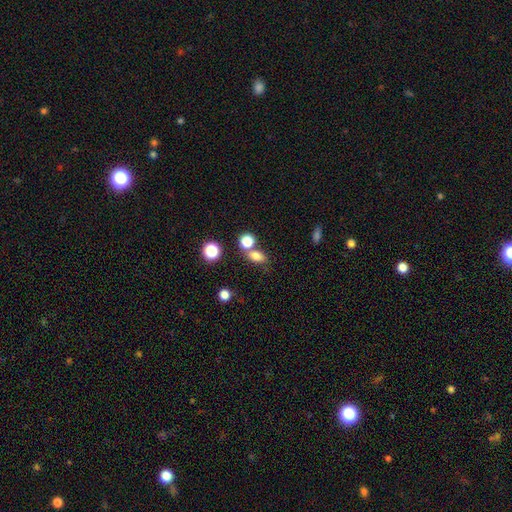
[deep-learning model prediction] Overall: smooth (78%). How rounded: in between (69%). Merging: none (55%; merger 30%).